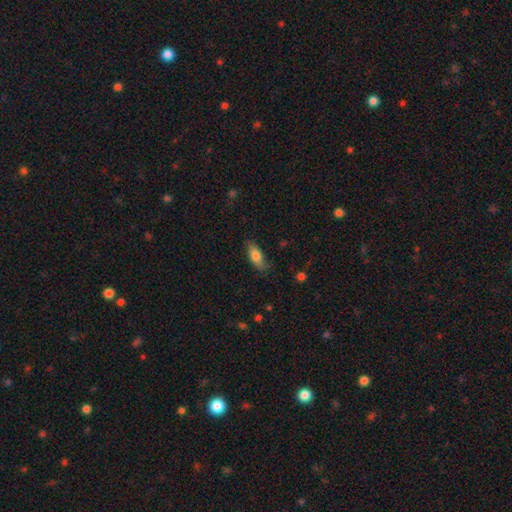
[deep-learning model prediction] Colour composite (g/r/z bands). It shows a smooth galaxy with no disk features (76%) that is in between round and cigar-shaped (71%). Merging: none (77%).